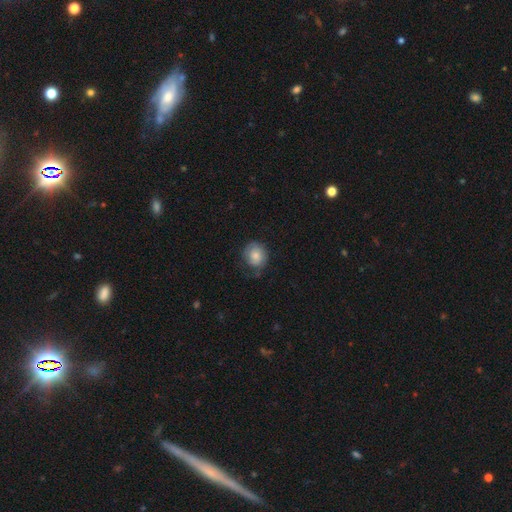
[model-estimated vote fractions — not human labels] Smooth or featured?
  - smooth: 69% *
  - featured or disk: 24%
  - star or artifact: 7%
How rounded?
  - round: 75% *
  - in between: 24%
  - cigar-shaped: 1%
Merging?
  - none: 55% *
  - minor disturbance: 28%
  - major disturbance: 15%
  - merger: 1%